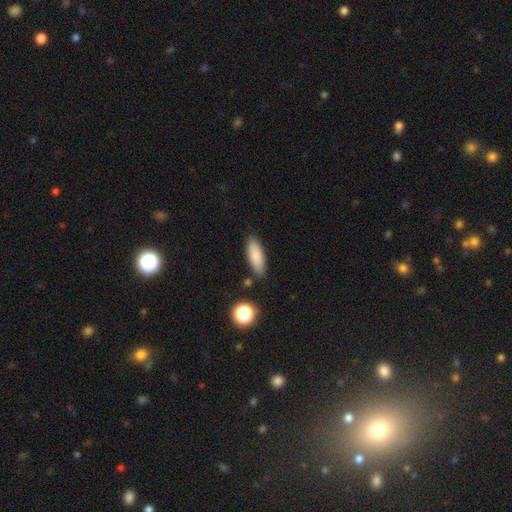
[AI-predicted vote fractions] Smooth or featured? Predicted: smooth (p=0.84). How rounded? Predicted: in between (p=0.67). Merging? Predicted: none (p=0.80).